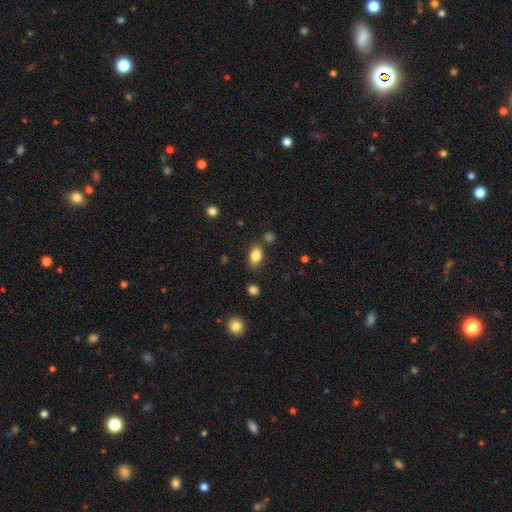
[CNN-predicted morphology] smooth-or-featured: smooth: 83% | star or artifact: 9% | featured or disk: 8%
  how-rounded: in between: 87% | round: 11% | cigar-shaped: 3%
  merging: none: 79% | minor disturbance: 12% | merger: 5% | major disturbance: 3%